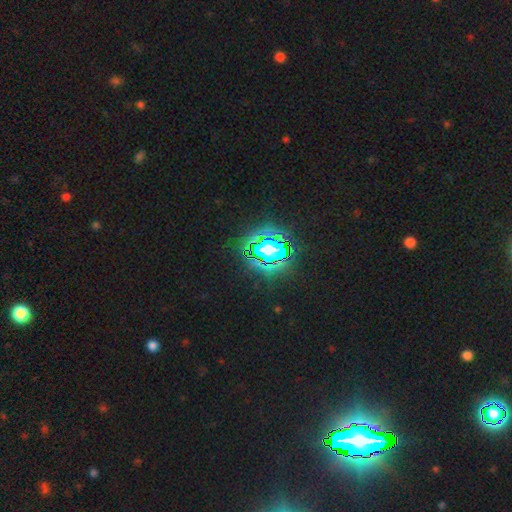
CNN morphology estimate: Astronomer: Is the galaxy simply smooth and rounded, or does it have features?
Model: star or artifact — 82%.